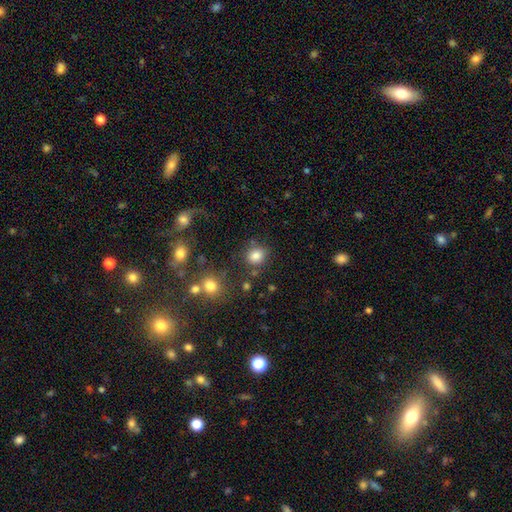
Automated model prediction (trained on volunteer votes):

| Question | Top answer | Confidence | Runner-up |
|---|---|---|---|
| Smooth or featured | smooth | 82% | star or artifact (12%) |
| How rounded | round | 76% | in between (23%) |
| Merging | none | 75% | minor disturbance (12%) |